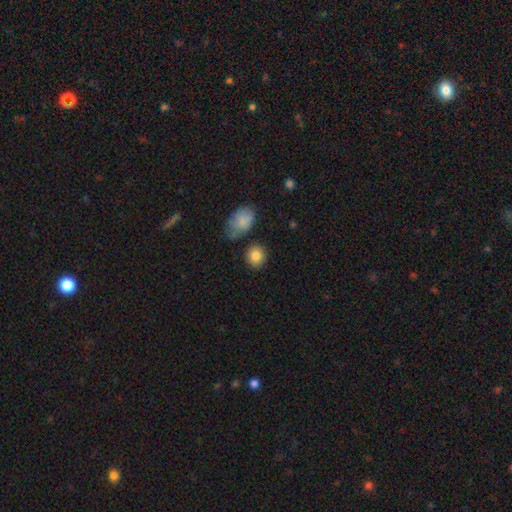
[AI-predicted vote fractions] This is clearly a smooth galaxy (85%). How rounded: likely round (78%). Merging: clearly none (81%).